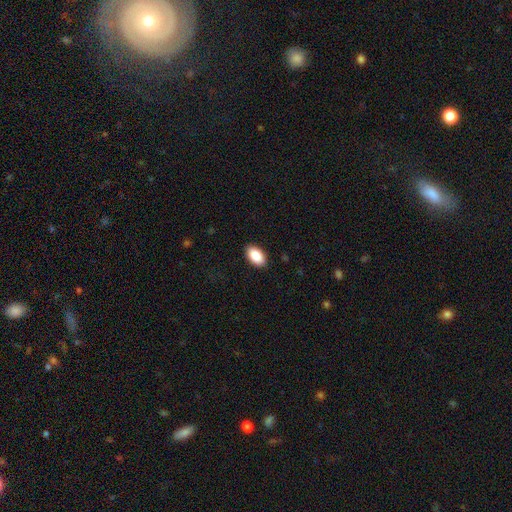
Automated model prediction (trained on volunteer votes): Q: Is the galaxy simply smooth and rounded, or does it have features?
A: smooth — 90%.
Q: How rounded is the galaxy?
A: in between — 95%.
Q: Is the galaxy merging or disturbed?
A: none — 89%.